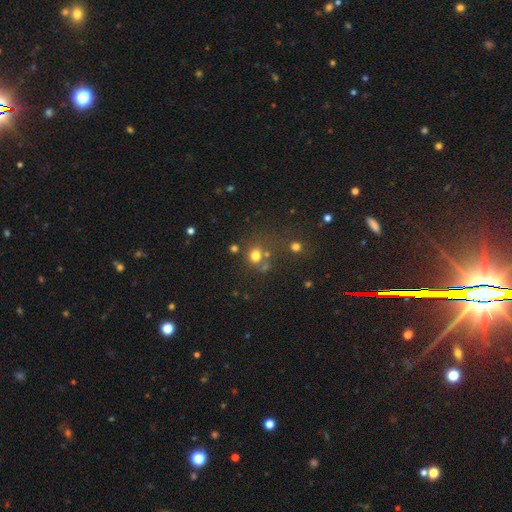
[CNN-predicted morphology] Smooth or featured? smooth (72%)
How rounded? round (82%)
Merging? none (60%)